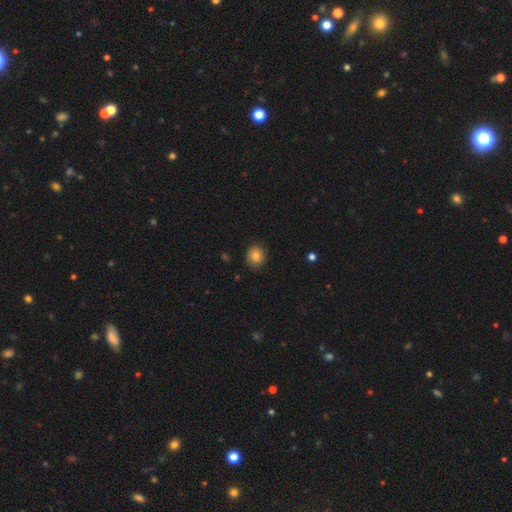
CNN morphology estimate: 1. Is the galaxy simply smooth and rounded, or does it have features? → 81% smooth, 10% star or artifact, 9% featured or disk.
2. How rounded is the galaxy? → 79% round, 20% in between, 1% cigar-shaped.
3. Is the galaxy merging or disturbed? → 87% none, 10% minor disturbance, 2% major disturbance, 1% merger.